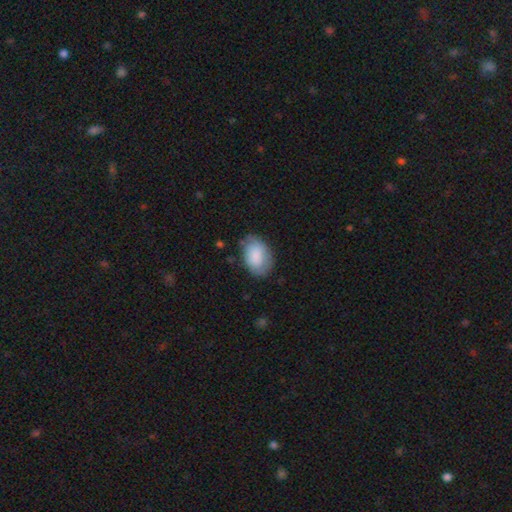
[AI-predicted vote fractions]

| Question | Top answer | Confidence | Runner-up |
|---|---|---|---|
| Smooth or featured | smooth | 81% | featured or disk (13%) |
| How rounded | in between | 87% | round (12%) |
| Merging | none | 70% | minor disturbance (22%) |